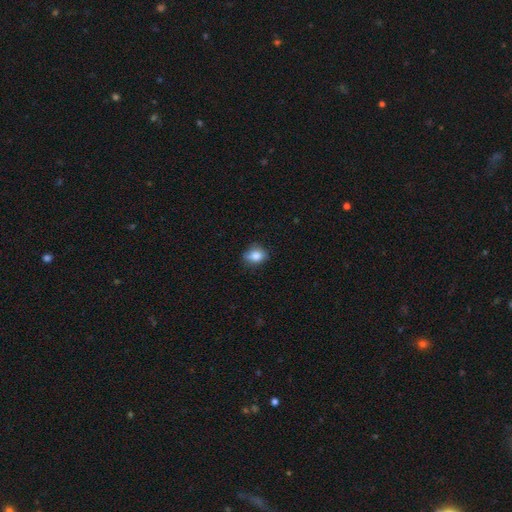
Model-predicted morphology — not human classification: smooth-or-featured: smooth: 83% | star or artifact: 9% | featured or disk: 8%
  how-rounded: in between: 58% | round: 40% | cigar-shaped: 2%
  merging: none: 73% | minor disturbance: 22% | major disturbance: 4% | merger: 1%